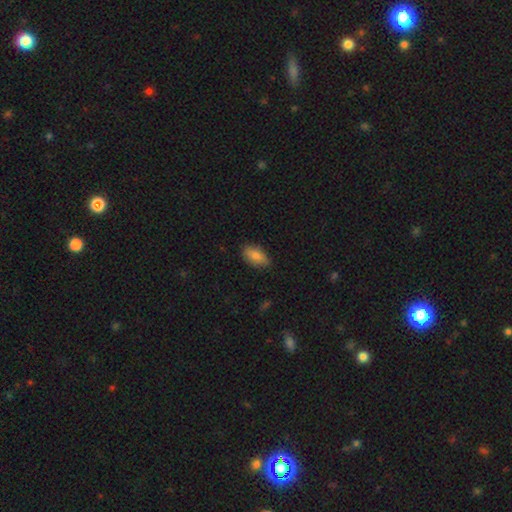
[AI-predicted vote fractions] Smooth or featured: smooth — 83% (featured or disk — 10%)
How rounded: in between — 89% (cigar-shaped — 7%)
Merging: none — 83% (minor disturbance — 14%)